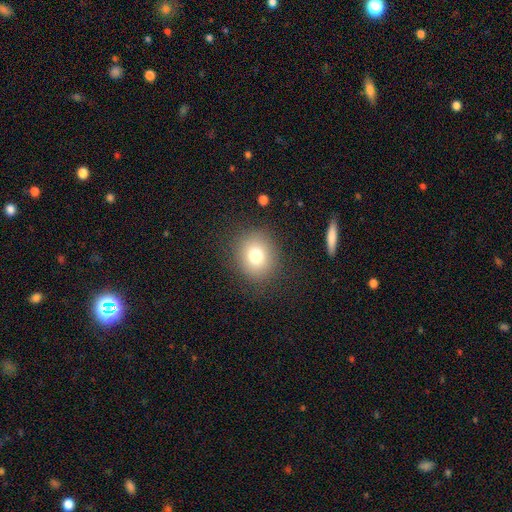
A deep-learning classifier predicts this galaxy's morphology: This is likely a smooth galaxy (76%). How rounded: likely round (76%). Merging: clearly none (86%).